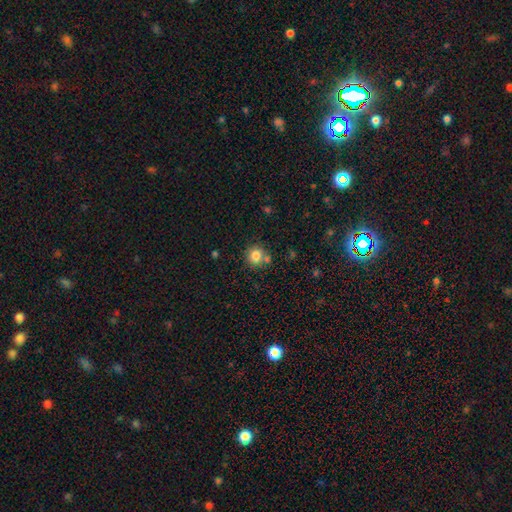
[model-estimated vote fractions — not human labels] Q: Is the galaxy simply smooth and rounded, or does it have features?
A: smooth — 82%.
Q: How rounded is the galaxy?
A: round — 91%.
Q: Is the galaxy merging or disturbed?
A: none — 75%.